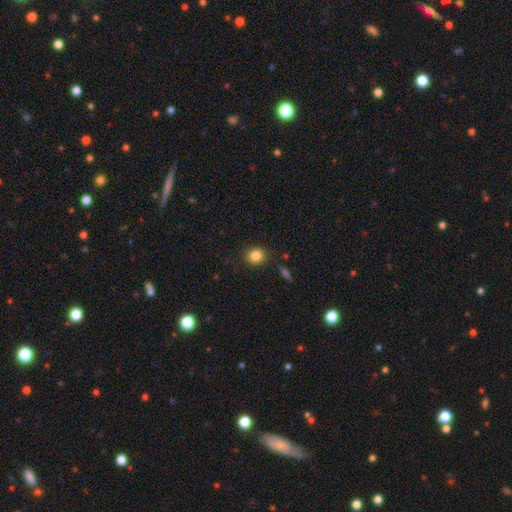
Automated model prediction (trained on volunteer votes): Q: Smooth or featured?
A: smooth (84%); runner-up: star or artifact (11%)
Q: How rounded?
A: round (80%); runner-up: in between (19%)
Q: Merging?
A: none (87%); runner-up: minor disturbance (9%)